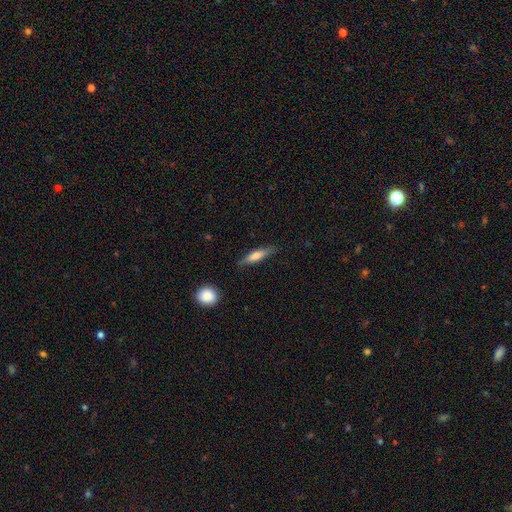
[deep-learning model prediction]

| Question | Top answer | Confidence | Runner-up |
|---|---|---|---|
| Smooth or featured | smooth | 64% | featured or disk (30%) |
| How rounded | cigar-shaped | 76% | in between (22%) |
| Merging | none | 80% | minor disturbance (14%) |